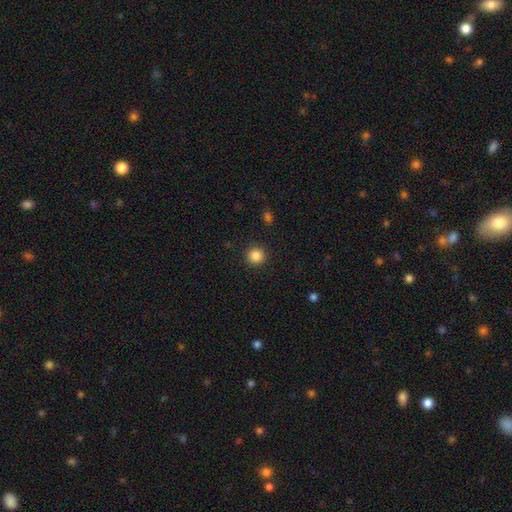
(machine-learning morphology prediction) type=smooth (86%); roundness=round (94%); merging=none (92%).